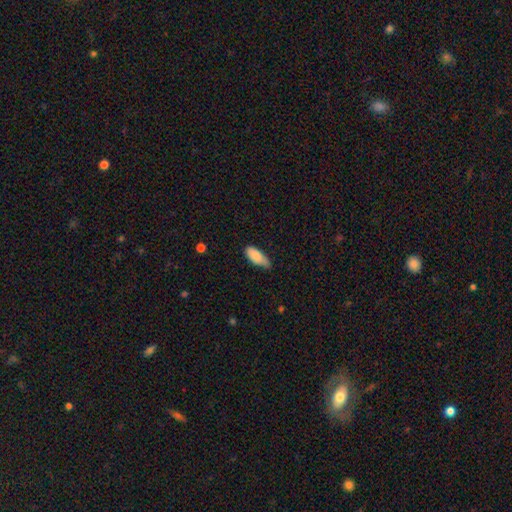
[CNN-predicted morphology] smooth 84%, featured or disk 9%, star or artifact 6%. Down the decision tree: how rounded — in between (84%); merging — none (54%).